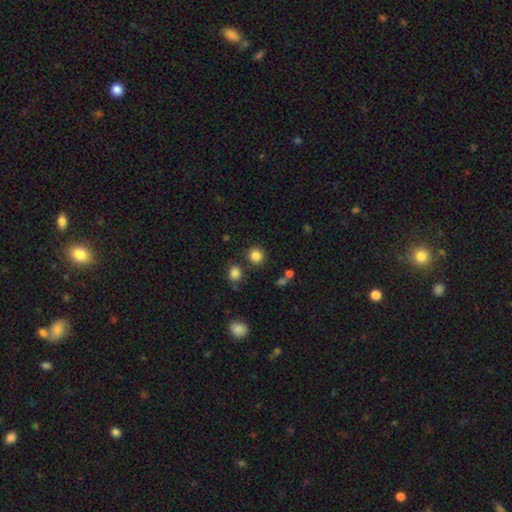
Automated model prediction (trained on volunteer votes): smooth_or_featured: smooth (p=0.84) [alt: star or artifact p=0.12]
how_rounded: round (p=0.89) [alt: in between p=0.10]
merging: none (p=0.83) [alt: minor disturbance p=0.08]